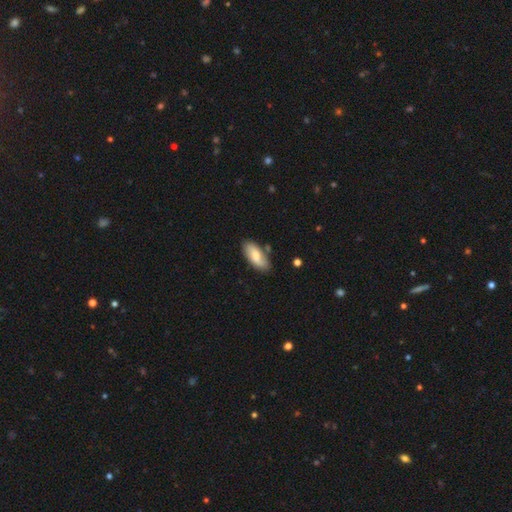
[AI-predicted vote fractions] Overall: smooth (64%; featured or disk 30%). How rounded: in between (88%). Merging: none (77%).